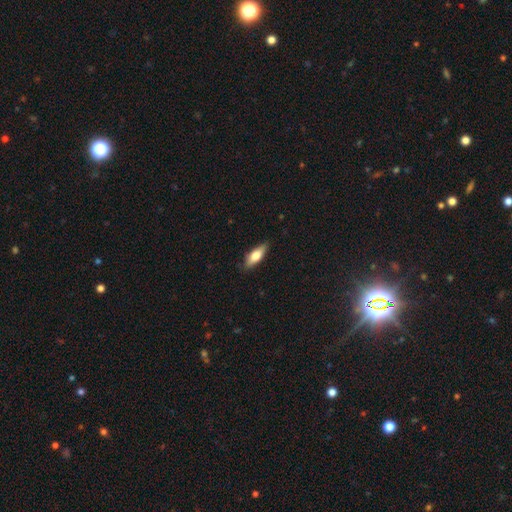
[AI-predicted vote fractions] smooth 67%, featured or disk 27%, star or artifact 6%. Down the decision tree: how rounded — in between (60%); merging — none (84%).